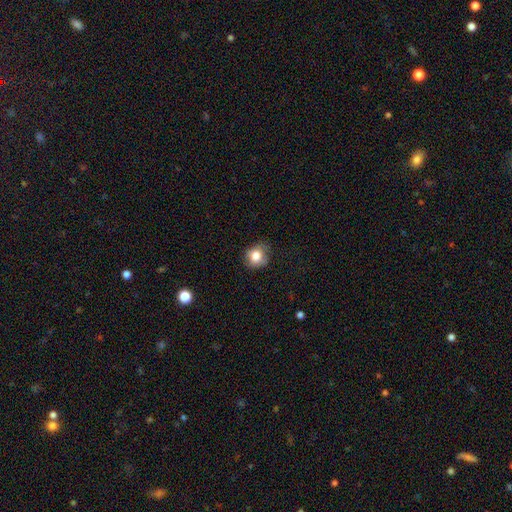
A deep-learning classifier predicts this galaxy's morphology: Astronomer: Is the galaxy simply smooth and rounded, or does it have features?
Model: smooth — 80%.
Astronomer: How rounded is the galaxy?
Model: round — 77%.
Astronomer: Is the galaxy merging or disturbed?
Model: none — 71%.